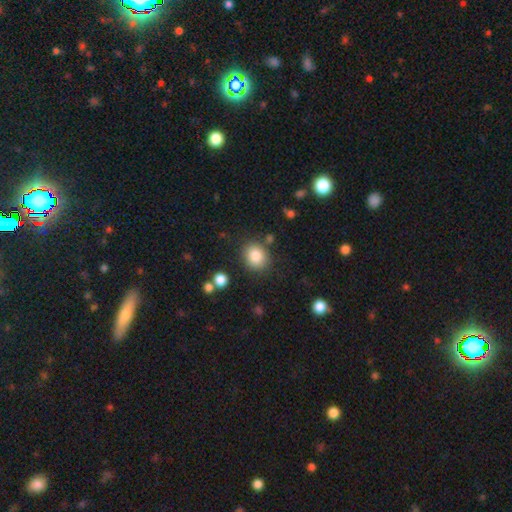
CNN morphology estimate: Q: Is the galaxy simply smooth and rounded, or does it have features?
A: smooth — 85%.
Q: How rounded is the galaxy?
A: round — 66%.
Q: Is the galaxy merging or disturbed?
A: none — 82%.